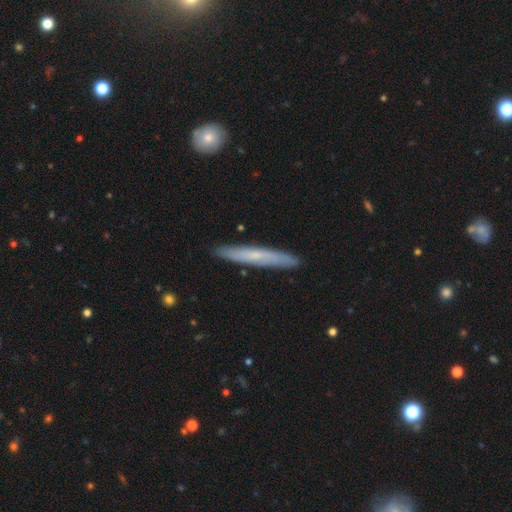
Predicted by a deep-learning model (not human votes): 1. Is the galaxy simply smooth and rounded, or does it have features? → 49% smooth, 45% featured or disk, 6% star or artifact.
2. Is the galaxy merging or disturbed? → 88% none, 9% minor disturbance, 2% major disturbance, 1% merger.